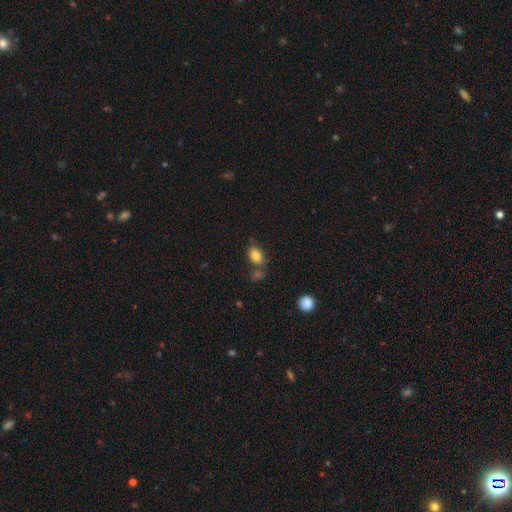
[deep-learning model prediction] A smooth galaxy with no disk features (83%) that is in between round and cigar-shaped (82%).

Vote fractions:
- Smooth or featured? smooth: 83% / star or artifact: 9% / featured or disk: 8%
- How rounded? in between: 82% / round: 16% / cigar-shaped: 2%
- Merging? none: 65% / minor disturbance: 16% / merger: 15% / major disturbance: 5%